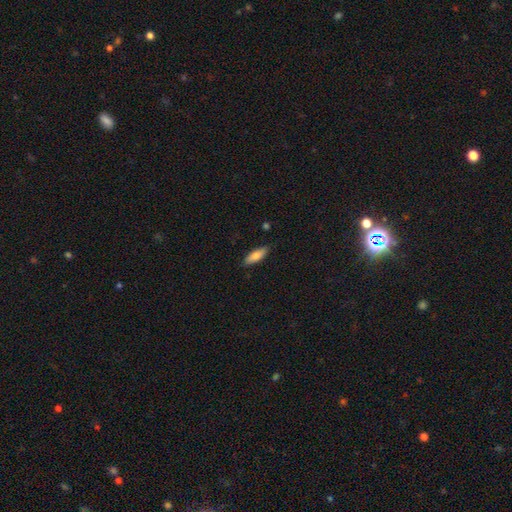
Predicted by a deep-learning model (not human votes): Smooth or featured? Predicted: smooth (p=0.78). How rounded? Predicted: in between (p=0.57). Merging? Predicted: none (p=0.86).